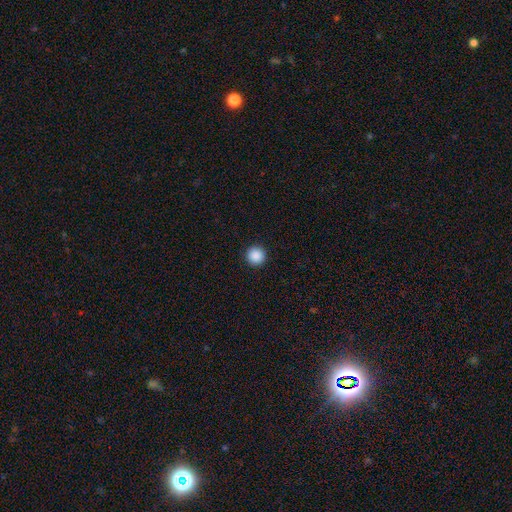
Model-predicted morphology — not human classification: Overall: smooth (89%). How rounded: round (97%). Merging: none (94%).